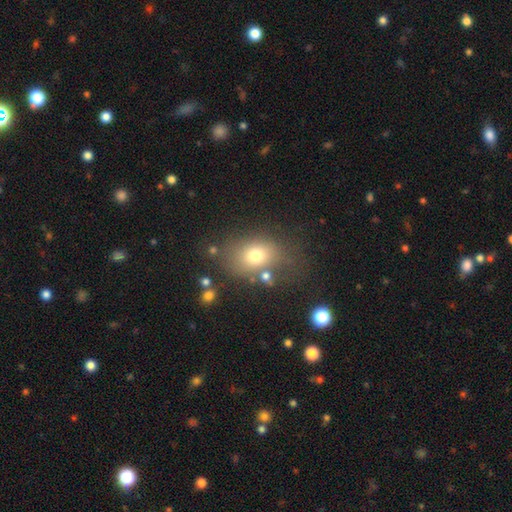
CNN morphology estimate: Overall: smooth (72%). How rounded: in between (66%; round 32%). Merging: none (63%).